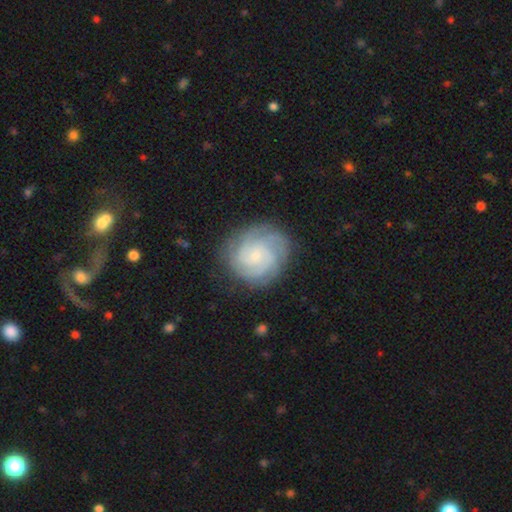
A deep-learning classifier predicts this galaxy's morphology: This is likely a featured or disk galaxy (79%). It is clearly not viewed edge-on (98%). Bar: likely no (73%). Spiral arm pattern: clearly yes (97%). Spiral arm count: marginally 3 (30%). Spiral winding: likely tight (73%). Central bulge: likely small (76%). Merging: clearly none (81%).